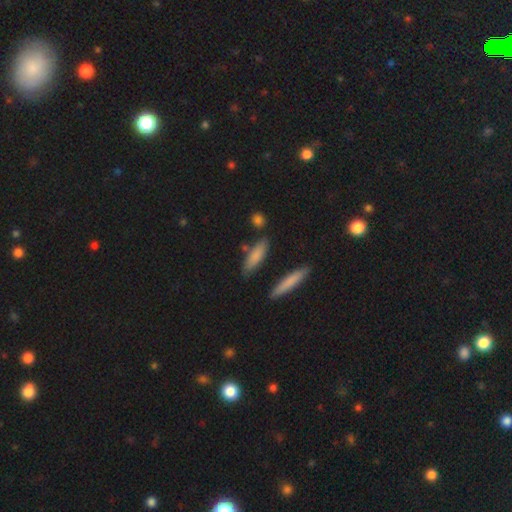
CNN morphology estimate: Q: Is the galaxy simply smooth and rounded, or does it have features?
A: smooth — 79%.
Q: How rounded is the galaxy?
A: cigar-shaped — 61%.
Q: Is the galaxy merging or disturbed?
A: none — 76%.